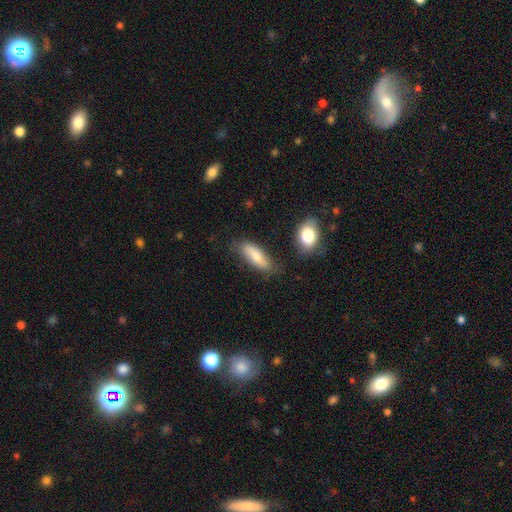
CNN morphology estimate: Smooth or featured? Predicted: smooth (p=0.76). How rounded? Predicted: in between (p=0.56). Merging? Predicted: none (p=0.68).